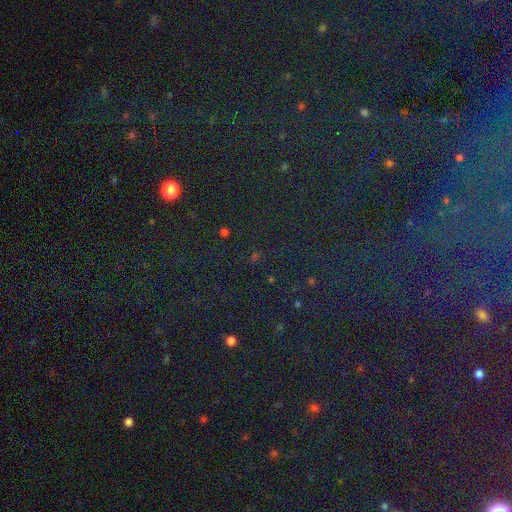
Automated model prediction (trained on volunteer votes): Smooth or featured: star or artifact — 76% (smooth — 15%)